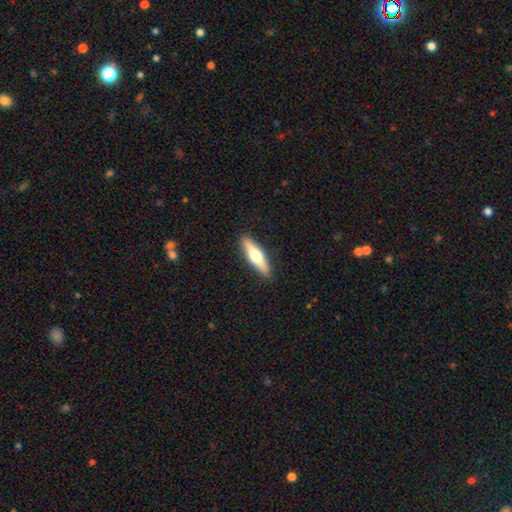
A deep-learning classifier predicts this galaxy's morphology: This appears to be a smooth galaxy with no disk features (50%) that is cigar-shaped (69%). Merging: none (91%).